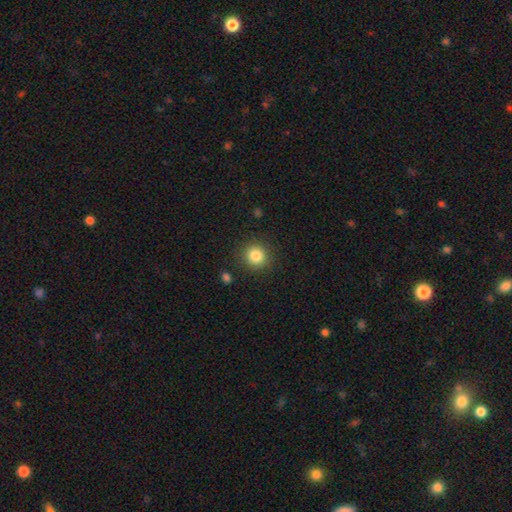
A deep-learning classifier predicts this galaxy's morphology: Smooth or featured: smooth — 84% (star or artifact — 11%)
How rounded: round — 90% (in between — 9%)
Merging: none — 88% (minor disturbance — 7%)